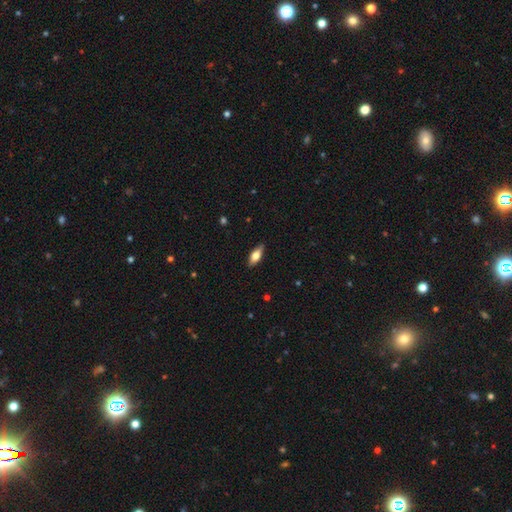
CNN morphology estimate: Smooth or featured? smooth (63%)
How rounded? in between (74%)
Merging? none (86%)